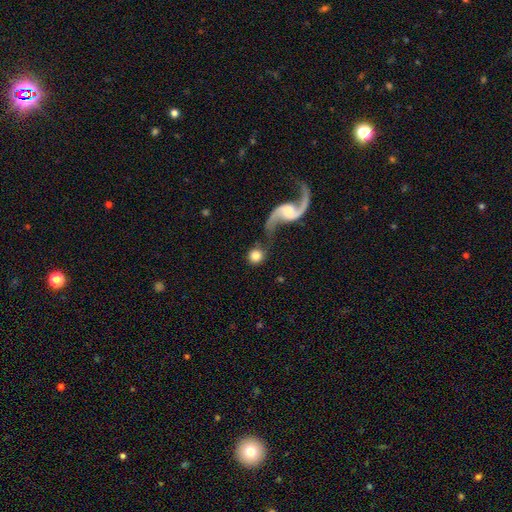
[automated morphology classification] type=smooth (68%); roundness=round (89%); merging=none (61%).